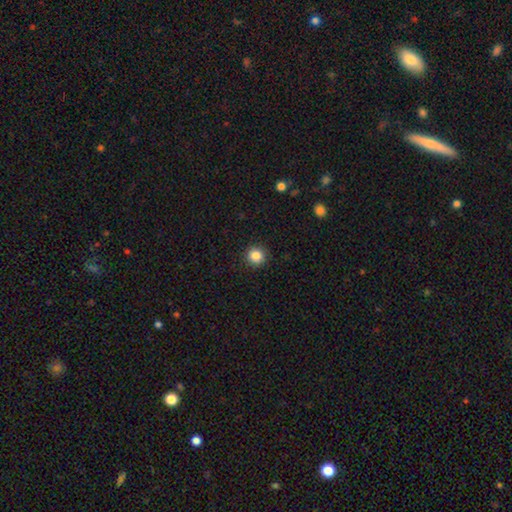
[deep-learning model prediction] smooth 85%, star or artifact 11%, featured or disk 4%. Down the decision tree: how rounded — round (94%); merging — none (92%).